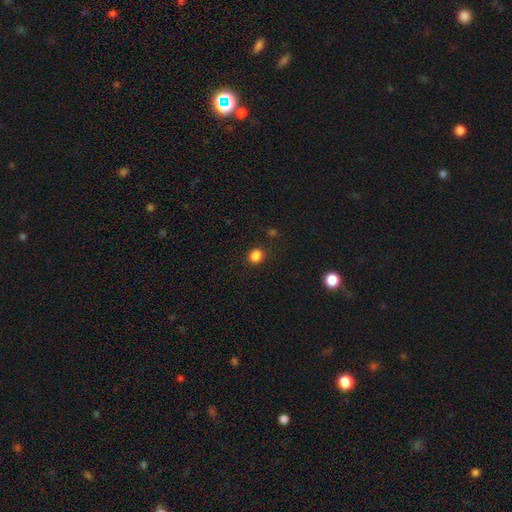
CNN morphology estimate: smooth-or-featured: smooth: 84% | star or artifact: 13% | featured or disk: 3%
  how-rounded: round: 71% | in between: 28% | cigar-shaped: 1%
  merging: none: 86% | minor disturbance: 9% | major disturbance: 3% | merger: 2%